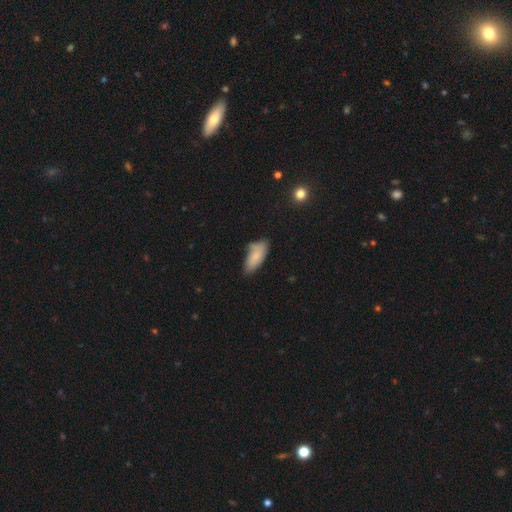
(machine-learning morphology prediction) This is clearly a smooth galaxy (81%). How rounded: clearly in between (83%). Merging: possibly none (54%).